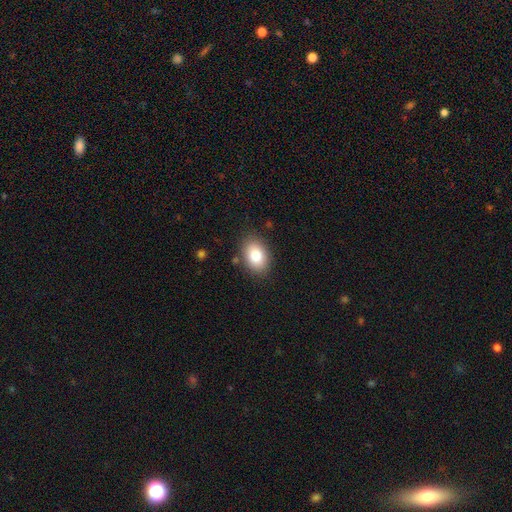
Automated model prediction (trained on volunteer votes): This is clearly a smooth galaxy (83%). How rounded: clearly in between (84%). Merging: clearly none (84%).